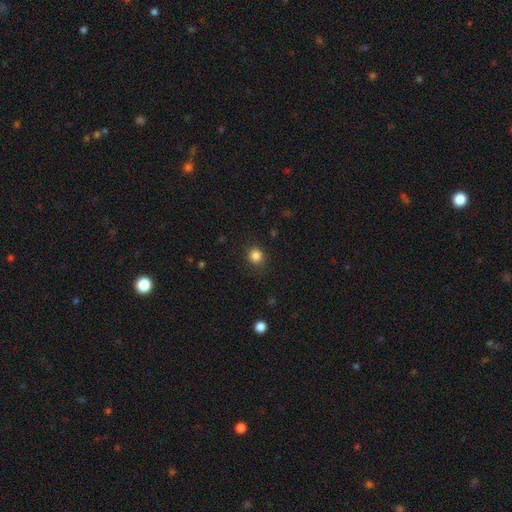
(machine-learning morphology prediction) Q: Smooth or featured?
A: smooth (84%); runner-up: star or artifact (12%)
Q: How rounded?
A: round (86%); runner-up: in between (13%)
Q: Merging?
A: none (87%); runner-up: minor disturbance (9%)